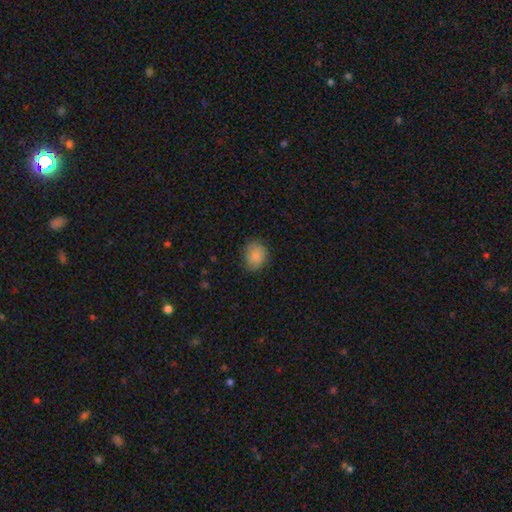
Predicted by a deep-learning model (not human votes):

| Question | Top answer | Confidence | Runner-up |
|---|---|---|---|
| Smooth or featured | smooth | 86% | star or artifact (8%) |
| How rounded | round | 61% | in between (38%) |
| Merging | none | 78% | minor disturbance (17%) |